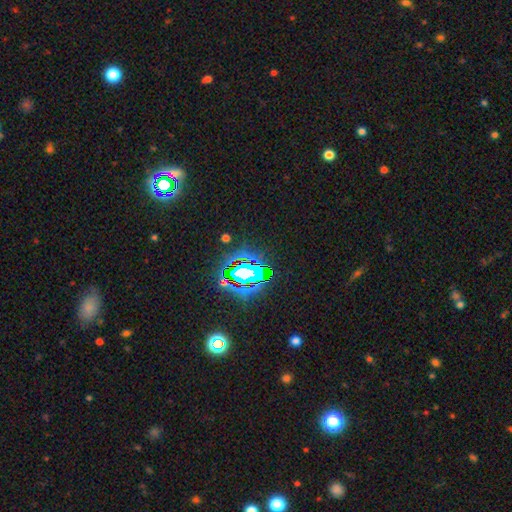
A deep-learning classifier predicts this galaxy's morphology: Overall: star or artifact (82%).